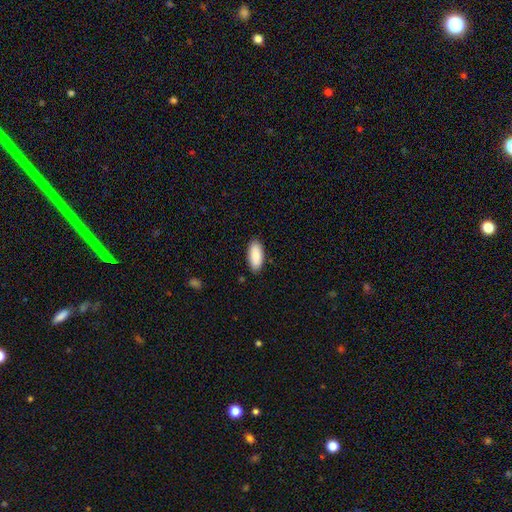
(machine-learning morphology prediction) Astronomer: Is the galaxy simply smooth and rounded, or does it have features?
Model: smooth — 89%.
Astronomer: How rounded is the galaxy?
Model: in between — 88%.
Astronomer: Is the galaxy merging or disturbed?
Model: none — 87%.